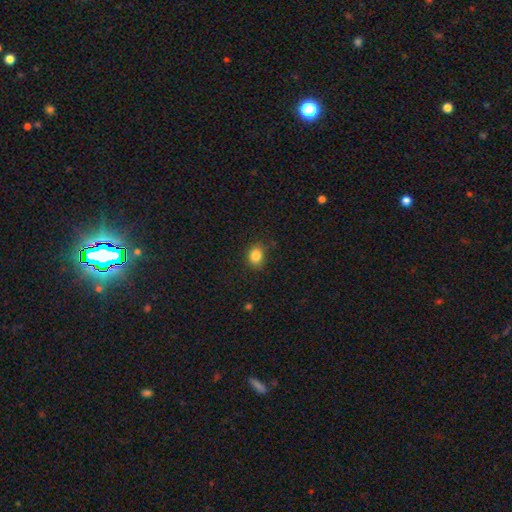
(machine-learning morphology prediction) Smooth or featured? Predicted: smooth (p=0.84). How rounded? Predicted: round (p=0.57). Merging? Predicted: none (p=0.81).